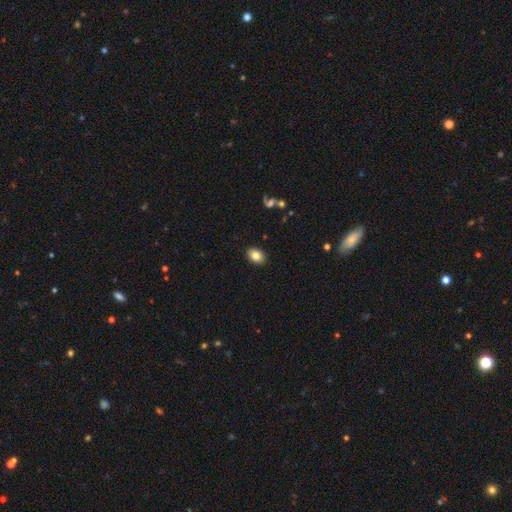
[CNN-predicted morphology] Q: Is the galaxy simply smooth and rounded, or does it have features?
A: smooth — 82%.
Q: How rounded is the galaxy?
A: in between — 76%.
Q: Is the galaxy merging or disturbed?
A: none — 90%.